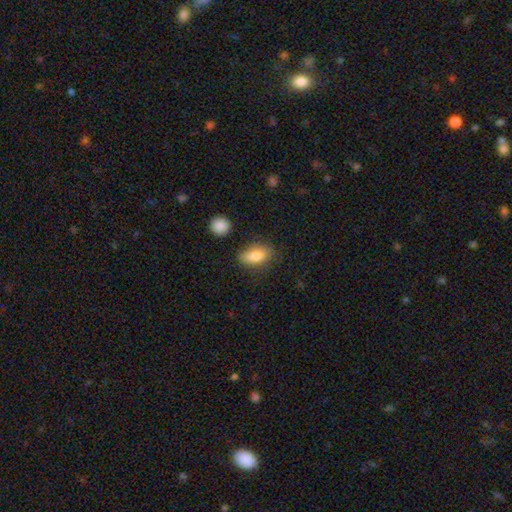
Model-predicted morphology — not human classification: type=smooth (83%); roundness=in between (87%); merging=none (74%).